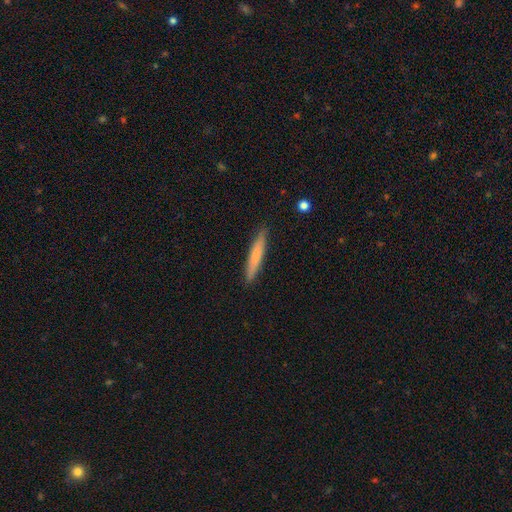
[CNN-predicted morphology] Smooth or featured?
  - smooth: 72% *
  - featured or disk: 23%
  - star or artifact: 6%
How rounded?
  - cigar-shaped: 94% *
  - in between: 5%
  - round: 1%
Merging?
  - none: 90% *
  - minor disturbance: 7%
  - major disturbance: 1%
  - merger: 1%